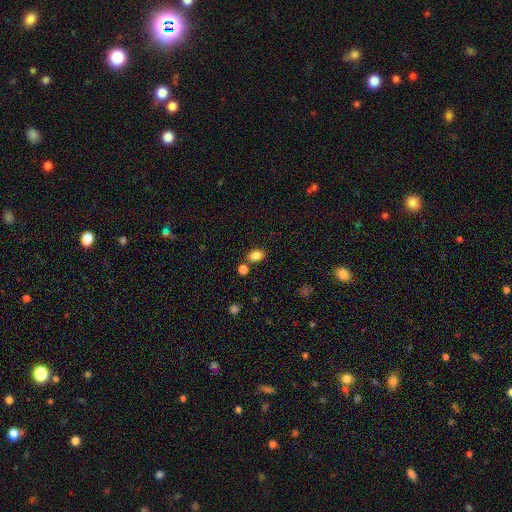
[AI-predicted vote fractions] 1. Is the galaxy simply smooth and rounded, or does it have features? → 84% smooth, 10% star or artifact, 5% featured or disk.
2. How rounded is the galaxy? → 78% in between, 21% round, 1% cigar-shaped.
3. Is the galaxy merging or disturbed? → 77% none, 11% minor disturbance, 9% merger, 3% major disturbance.